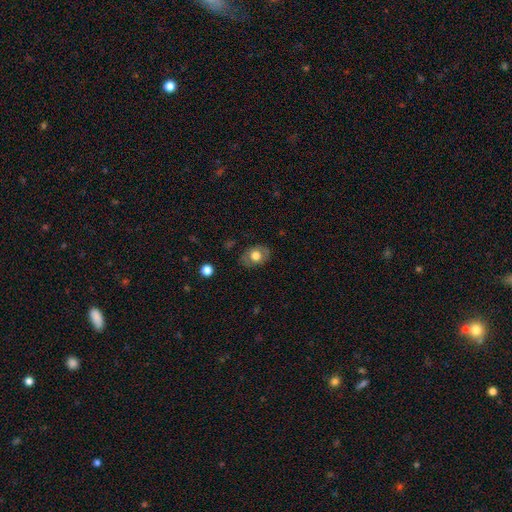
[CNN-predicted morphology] Smooth or featured? smooth (68%)
How rounded? in between (66%)
Merging? none (80%)